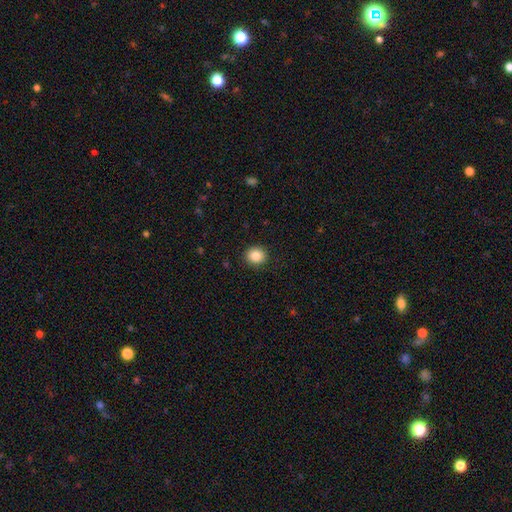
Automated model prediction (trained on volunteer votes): smooth 85%, star or artifact 9%, featured or disk 5%. Down the decision tree: how rounded — round (84%); merging — none (91%).